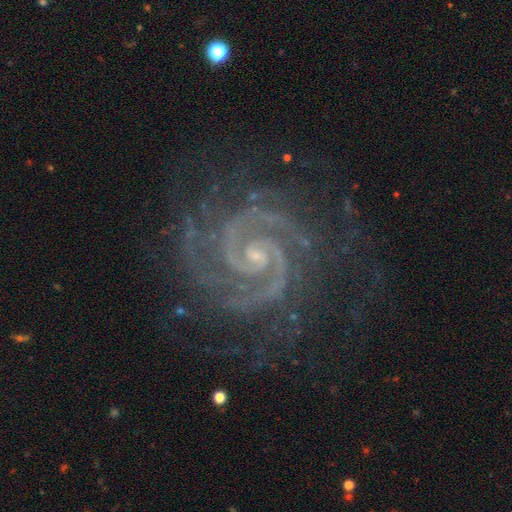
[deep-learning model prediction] featured or disk 93%, star or artifact 5%, smooth 2%. Down the decision tree: edge-on disk — no (98%); bar — no (51%); spiral arms — yes (99%); spiral arm count — 2 (82%); spiral winding — tight (73%); bulge size — small (76%); merging — none (76%).